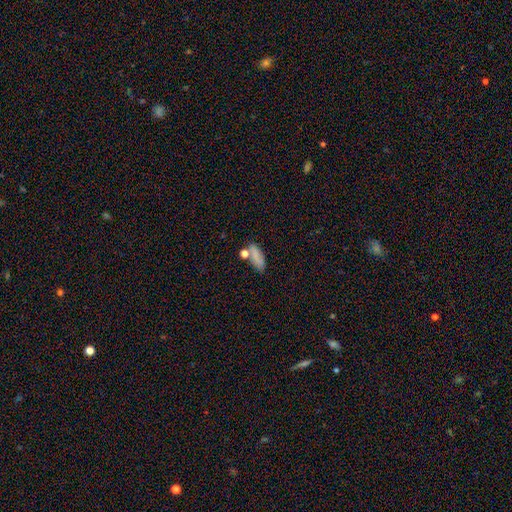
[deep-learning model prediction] Morphology: type=smooth (76%); roundness=in between (76%); merging=none (54%).